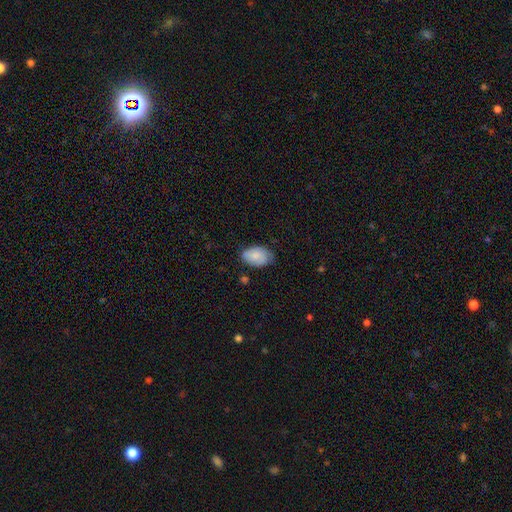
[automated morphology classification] smooth 80%, featured or disk 13%, star or artifact 7%. Down the decision tree: how rounded — in between (90%); merging — none (68%).